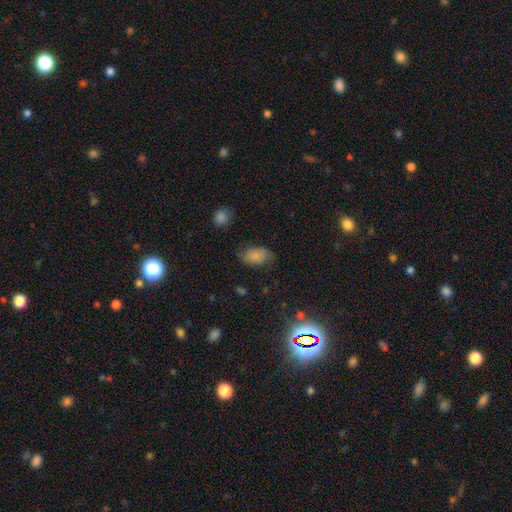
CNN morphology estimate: The model was most divided on "merging": none: 65%, minor disturbance: 25%, major disturbance: 8%, merger: 2%. More confident: how rounded — in between (89%); smooth or featured — smooth (78%).